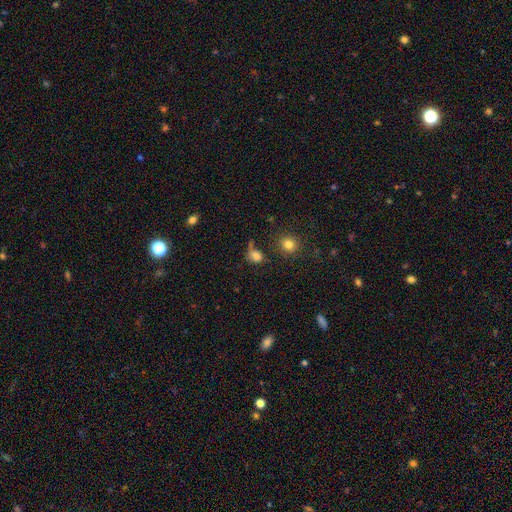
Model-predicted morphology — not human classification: This is likely a smooth galaxy (77%). How rounded: possibly round (52%). Merging: possibly none (49%).